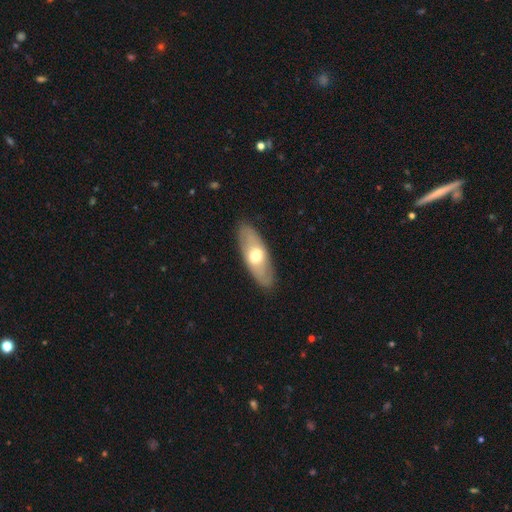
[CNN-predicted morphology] This is possibly a smooth galaxy (52%). How rounded: likely in between (77%). Merging: clearly none (86%).